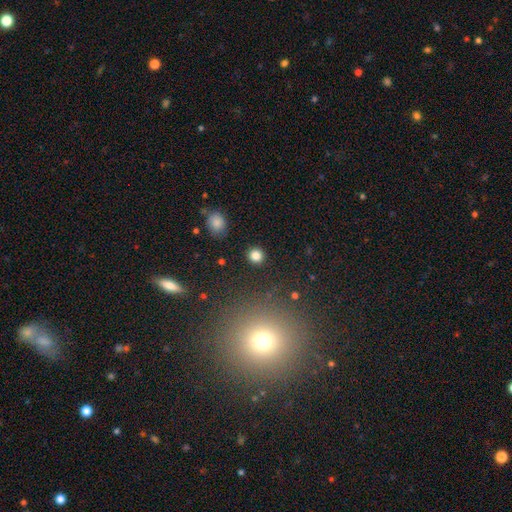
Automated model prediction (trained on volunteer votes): Smooth or featured? smooth (83%)
How rounded? round (91%)
Merging? none (91%)